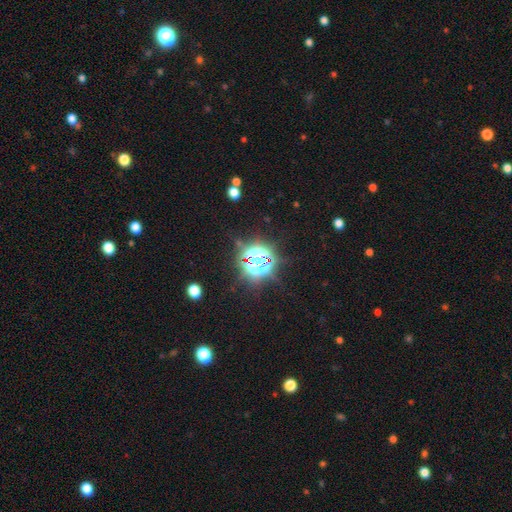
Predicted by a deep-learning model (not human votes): A star or artifact, not a galaxy (82%).